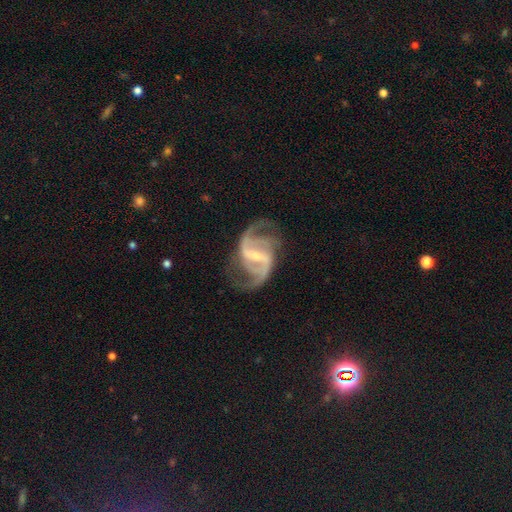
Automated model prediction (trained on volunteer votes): The model was most divided on "spiral winding": medium: 52%, loose: 37%, tight: 12%. More confident: spiral arms — yes (98%); edge-on disk — no (98%); smooth or featured — featured or disk (92%); spiral arm count — 2 (81%); merging — none (72%); bar — strong (62%); bulge size — small (57%).